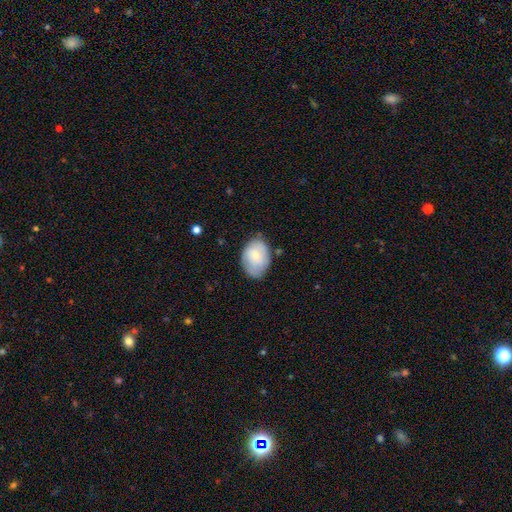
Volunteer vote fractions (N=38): This is possibly a smooth galaxy (58%). How rounded: likely in between (73%). Merging: possibly none (59%).